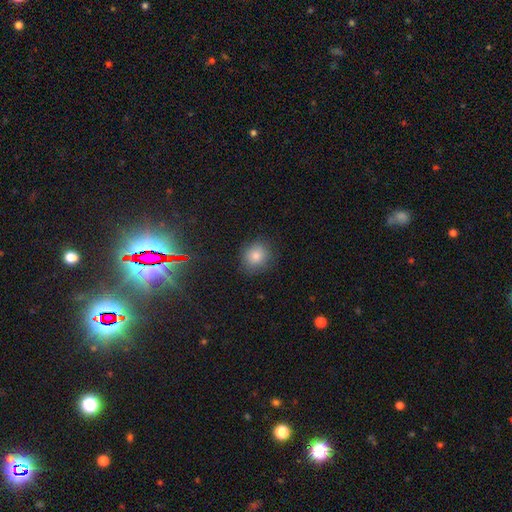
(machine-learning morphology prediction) This appears to be a smooth galaxy with no disk features (79%) that is round (76%). Merging: none (85%).